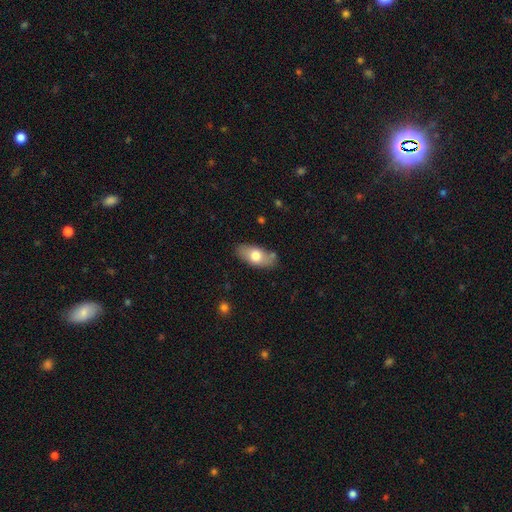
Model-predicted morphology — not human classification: The model was most divided on "smooth or featured": smooth: 71%, featured or disk: 23%, star or artifact: 6%. More confident: how rounded — in between (90%); merging — none (74%).